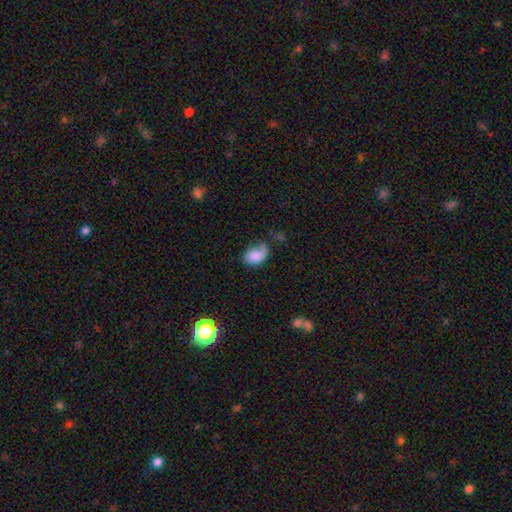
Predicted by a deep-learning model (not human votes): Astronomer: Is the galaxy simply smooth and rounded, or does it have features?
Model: smooth — 78%.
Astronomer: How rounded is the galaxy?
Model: in between — 82%.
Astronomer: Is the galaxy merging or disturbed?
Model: none — 38% (runner-up: minor disturbance, 34%).